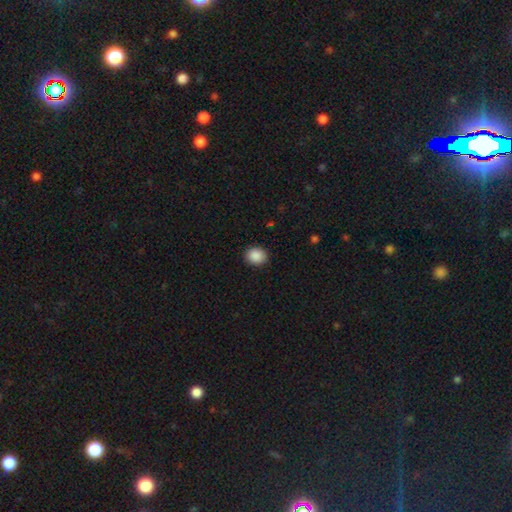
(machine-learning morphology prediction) The model was most divided on "how rounded": round: 63%, in between: 36%, cigar-shaped: 1%. More confident: merging — none (90%); smooth or featured — smooth (89%).